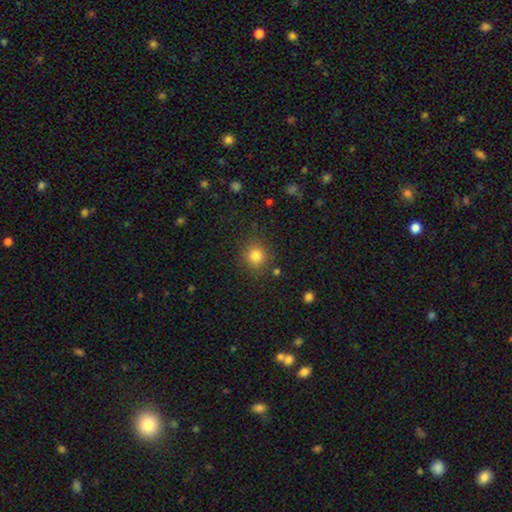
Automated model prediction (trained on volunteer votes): smooth_or_featured: smooth (p=0.82) [alt: star or artifact p=0.12]
how_rounded: round (p=0.88) [alt: in between p=0.11]
merging: none (p=0.84) [alt: minor disturbance p=0.09]